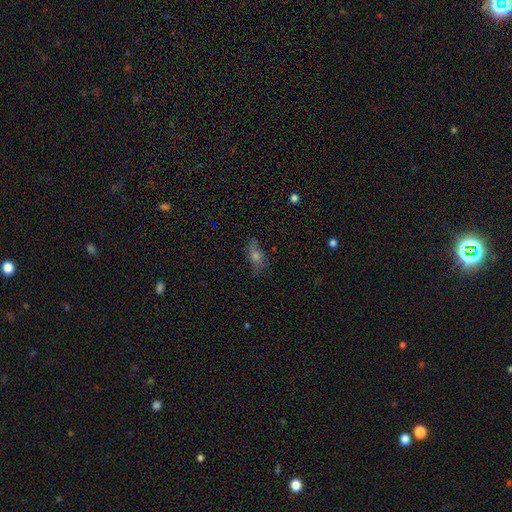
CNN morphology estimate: smooth-or-featured: smooth: 44% | featured or disk: 34% | star or artifact: 22%
  merging: none: 70% | minor disturbance: 19% | major disturbance: 9% | merger: 2%